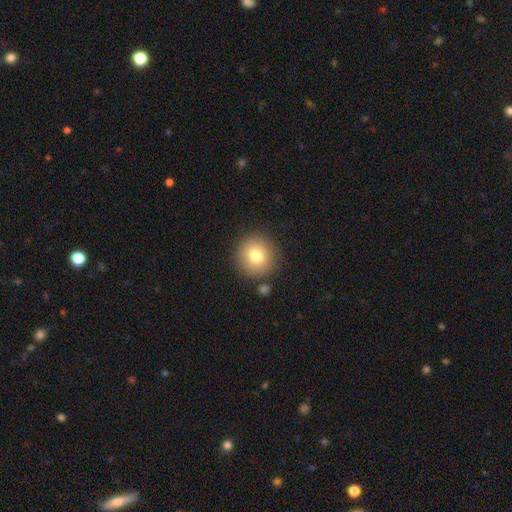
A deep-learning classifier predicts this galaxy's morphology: Smooth or featured: smooth — 78% (star or artifact — 11%)
How rounded: round — 95% (in between — 4%)
Merging: none — 86% (minor disturbance — 7%)